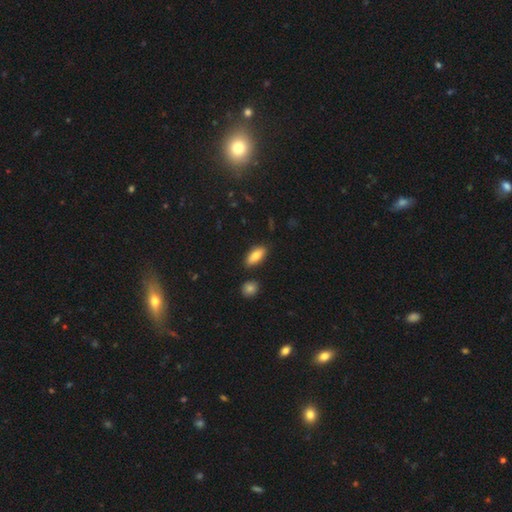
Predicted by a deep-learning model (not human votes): smooth 78%, featured or disk 15%, star or artifact 7%. Down the decision tree: how rounded — in between (81%); merging — none (84%).